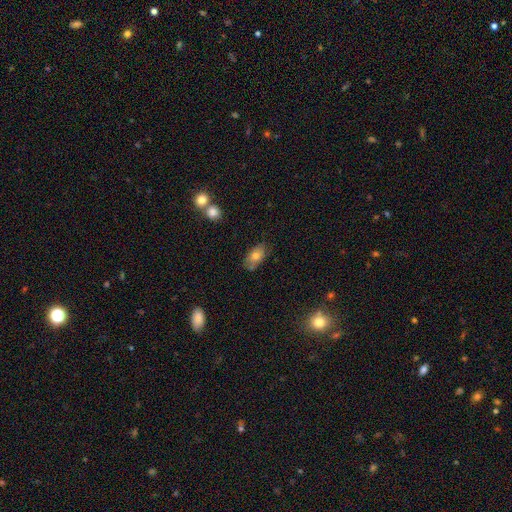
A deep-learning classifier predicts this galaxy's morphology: smooth-or-featured: smooth: 73% | featured or disk: 18% | star or artifact: 8%
  how-rounded: in between: 91% | round: 7% | cigar-shaped: 3%
  merging: none: 71% | minor disturbance: 21% | merger: 4% | major disturbance: 4%